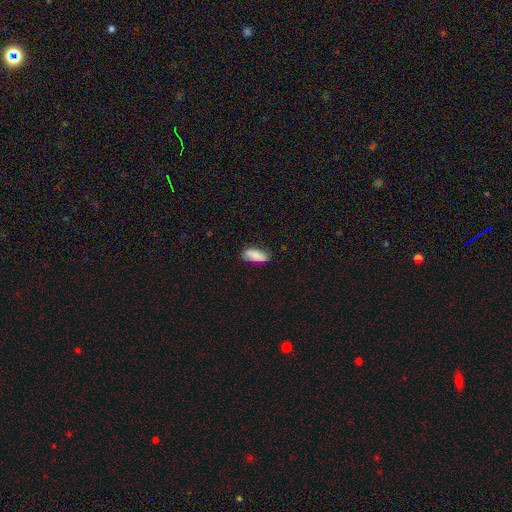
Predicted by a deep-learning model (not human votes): The model was most divided on "merging": none: 78%, minor disturbance: 17%, major disturbance: 3%, merger: 1%. More confident: how rounded — in between (84%); smooth or featured — smooth (78%).